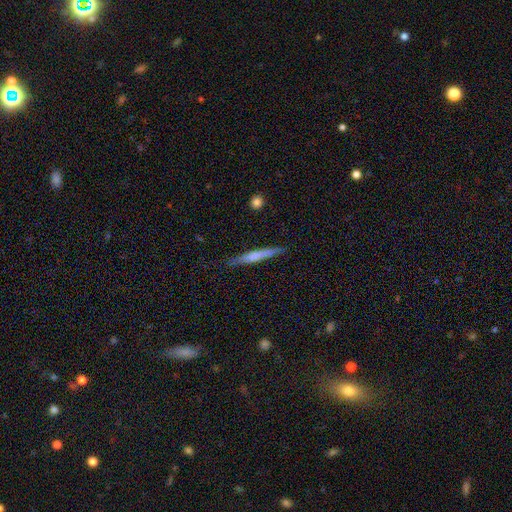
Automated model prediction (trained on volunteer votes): A smooth galaxy with no disk features (53%) that is cigar-shaped (95%).

Vote fractions:
- Smooth or featured? smooth: 53% / featured or disk: 41% / star or artifact: 6%
- How rounded? cigar-shaped: 95% / in between: 3% / round: 1%
- Merging? none: 85% / minor disturbance: 12% / major disturbance: 2% / merger: 1%